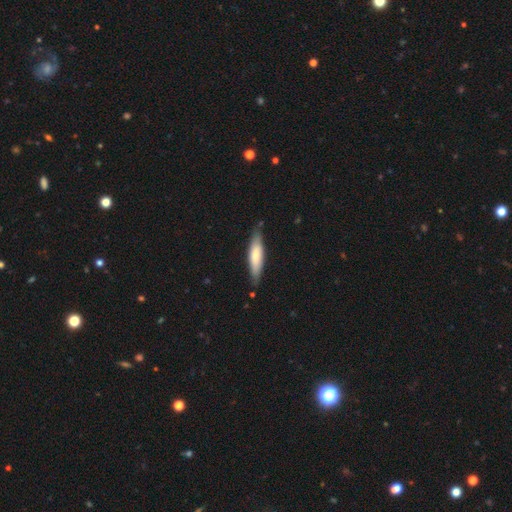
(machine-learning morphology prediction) Smooth or featured: smooth — 68% (featured or disk — 27%)
How rounded: cigar-shaped — 70% (in between — 29%)
Merging: none — 80% (minor disturbance — 16%)